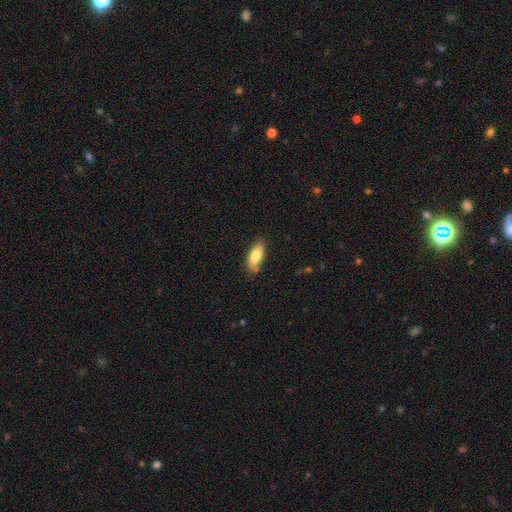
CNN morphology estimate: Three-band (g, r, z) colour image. It shows a smooth galaxy with no disk features (79%) that is in between round and cigar-shaped (78%). Merging: none (77%).